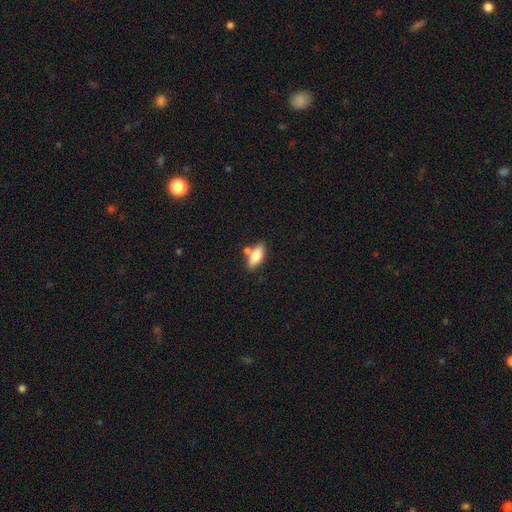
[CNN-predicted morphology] smooth-or-featured: smooth: 72% | featured or disk: 21% | star or artifact: 7%
  how-rounded: in between: 79% | cigar-shaped: 17% | round: 3%
  merging: none: 68% | merger: 15% | minor disturbance: 13% | major disturbance: 3%